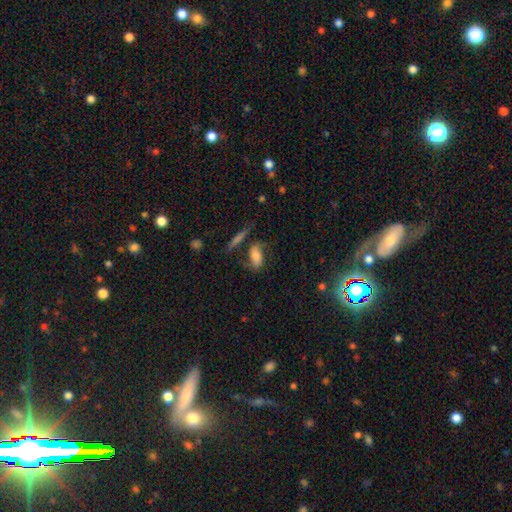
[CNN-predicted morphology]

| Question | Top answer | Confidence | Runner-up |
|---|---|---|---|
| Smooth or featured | smooth | 48% | featured or disk (42%) |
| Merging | none | 53% | minor disturbance (19%) |